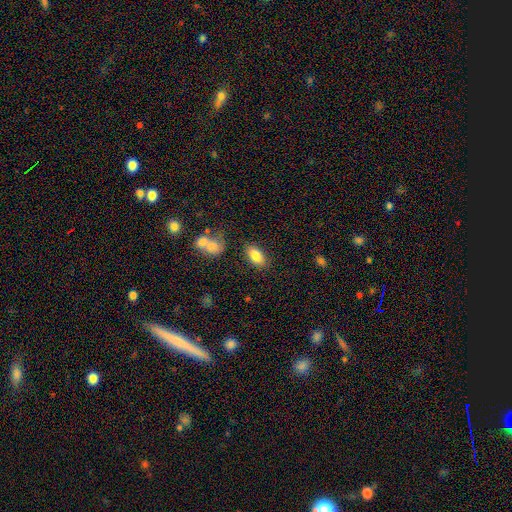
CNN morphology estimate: Smooth or featured: smooth — 83% (featured or disk — 9%)
How rounded: in between — 91% (cigar-shaped — 4%)
Merging: none — 80% (minor disturbance — 11%)